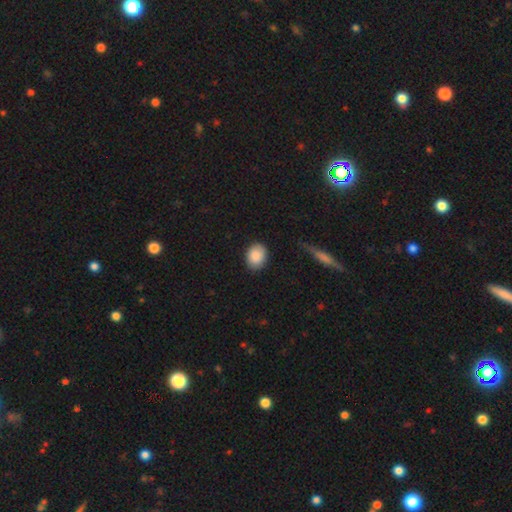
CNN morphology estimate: smooth 89%, star or artifact 7%, featured or disk 4%. Down the decision tree: how rounded — in between (58%); merging — none (85%).